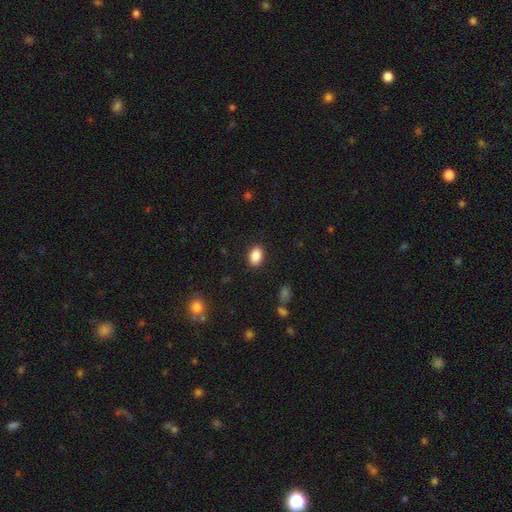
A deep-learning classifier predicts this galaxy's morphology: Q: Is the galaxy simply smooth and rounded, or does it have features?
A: smooth — 87%.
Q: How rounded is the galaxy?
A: in between — 85%.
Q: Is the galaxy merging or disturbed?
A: none — 89%.